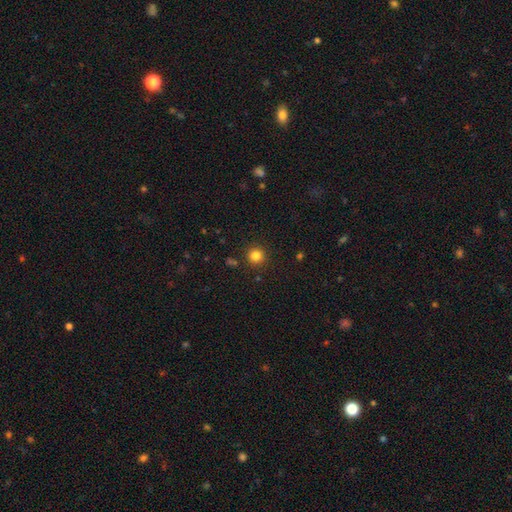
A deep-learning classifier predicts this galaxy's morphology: This is clearly a smooth galaxy (83%). How rounded: clearly round (94%). Merging: clearly none (91%).